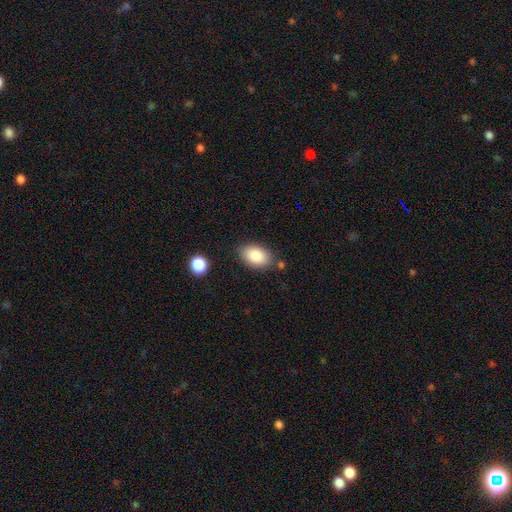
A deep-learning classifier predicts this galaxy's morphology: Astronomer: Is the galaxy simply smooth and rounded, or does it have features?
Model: smooth — 86%.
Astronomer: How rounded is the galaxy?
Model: in between — 91%.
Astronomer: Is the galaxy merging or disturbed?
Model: none — 79%.